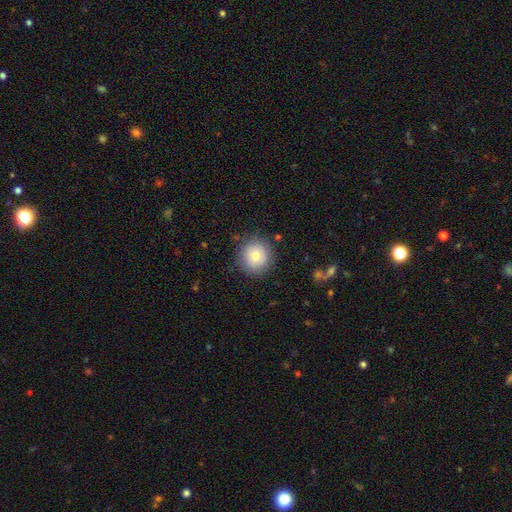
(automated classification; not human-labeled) smooth_or_featured: smooth (p=0.80) [alt: featured or disk p=0.11]
how_rounded: round (p=0.91) [alt: in between p=0.08]
merging: none (p=0.87) [alt: minor disturbance p=0.09]